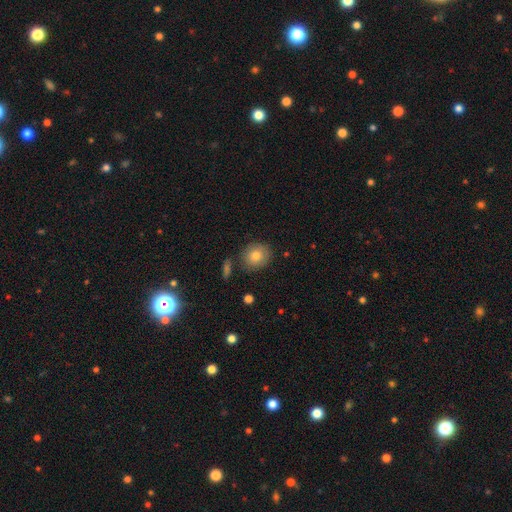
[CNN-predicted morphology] Smooth or featured? Predicted: smooth (p=0.79). How rounded? Predicted: round (p=0.81). Merging? Predicted: none (p=0.81).